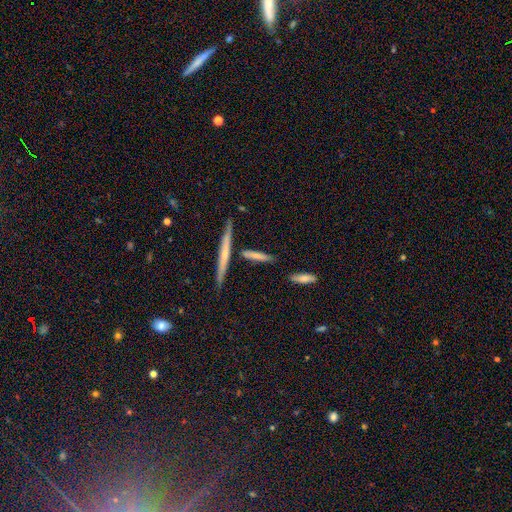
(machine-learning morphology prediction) type=smooth (57%); roundness=cigar-shaped (84%); merging=none (73%).